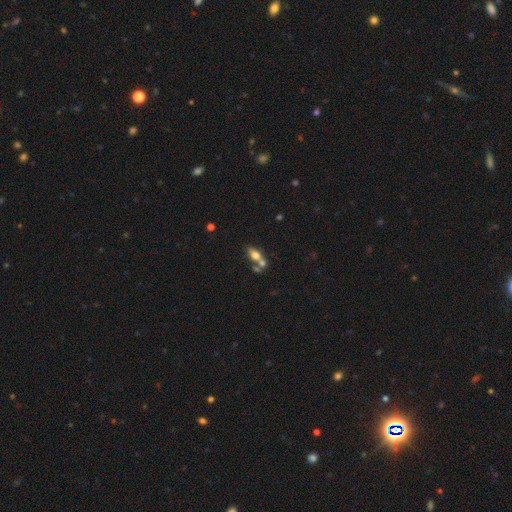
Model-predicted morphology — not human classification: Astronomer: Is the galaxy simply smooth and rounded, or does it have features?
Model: smooth — 66%.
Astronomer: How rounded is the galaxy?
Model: in between — 80%.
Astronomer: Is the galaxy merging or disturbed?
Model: merger — 45% (runner-up: none, 39%).